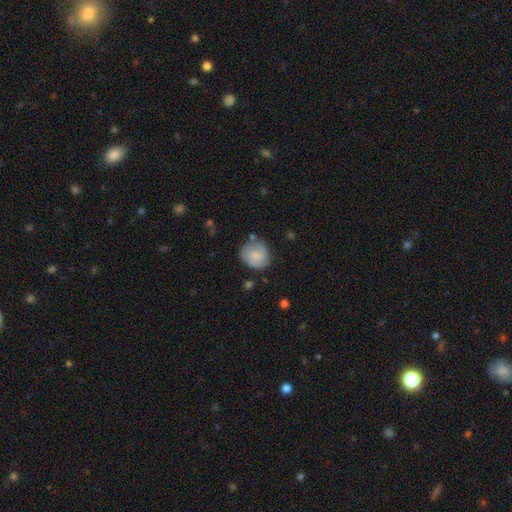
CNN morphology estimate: Overall: smooth (73%). How rounded: round (84%). Merging: none (68%).